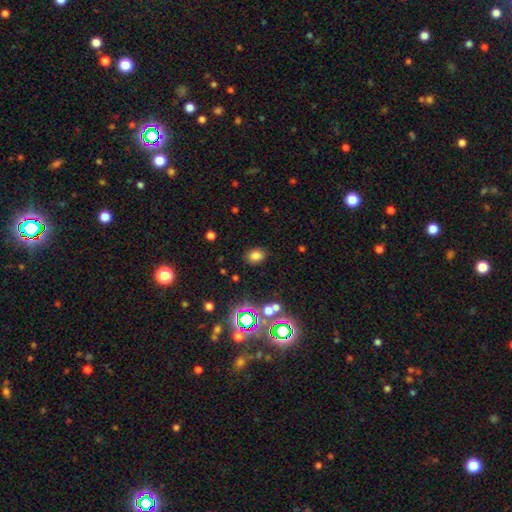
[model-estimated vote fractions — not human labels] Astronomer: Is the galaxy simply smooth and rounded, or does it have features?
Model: smooth — 75%.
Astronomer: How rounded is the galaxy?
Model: in between — 62%.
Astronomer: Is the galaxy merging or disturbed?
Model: none — 85%.